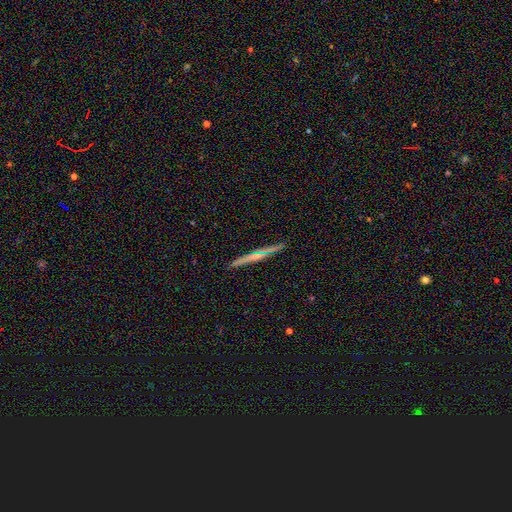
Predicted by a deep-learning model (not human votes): A featured or disk galaxy (57%) viewed edge-on (96%) with no central bulge (54%).

Vote fractions:
- Smooth or featured? featured or disk: 57% / smooth: 34% / star or artifact: 9%
- Edge-on disk? yes: 96% / no: 4%
- Edge-on bulge? none: 54% / rounded: 36% / boxy: 10%
- Merging? none: 88% / minor disturbance: 9% / major disturbance: 2% / merger: 2%